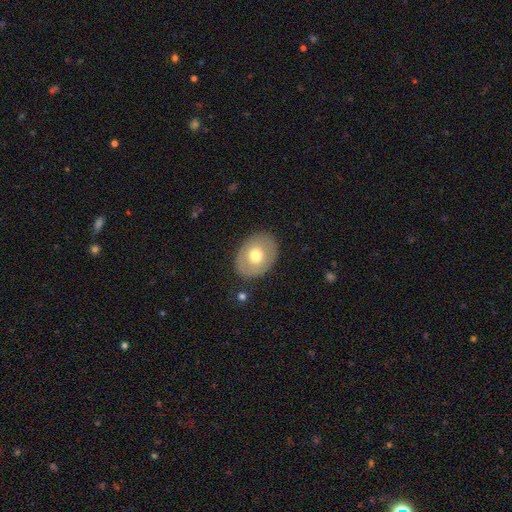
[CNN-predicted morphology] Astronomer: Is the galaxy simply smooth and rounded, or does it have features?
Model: smooth — 63%.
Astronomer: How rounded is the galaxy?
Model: in between — 64%.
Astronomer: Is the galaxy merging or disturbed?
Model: none — 85%.